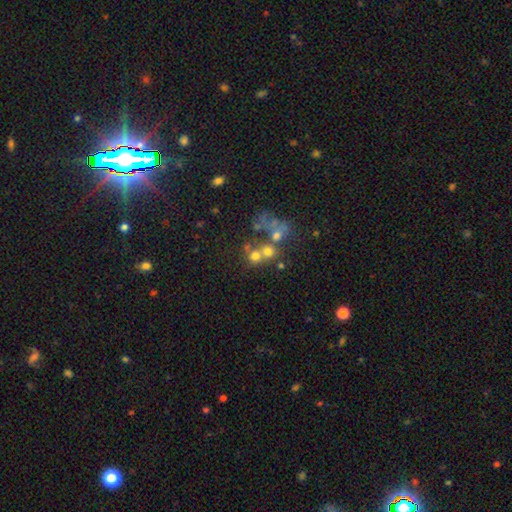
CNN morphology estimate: smooth_or_featured: smooth (p=0.59) [alt: featured or disk p=0.23]
how_rounded: round (p=0.82) [alt: in between p=0.17]
merging: merger (p=0.47) [alt: none p=0.38]